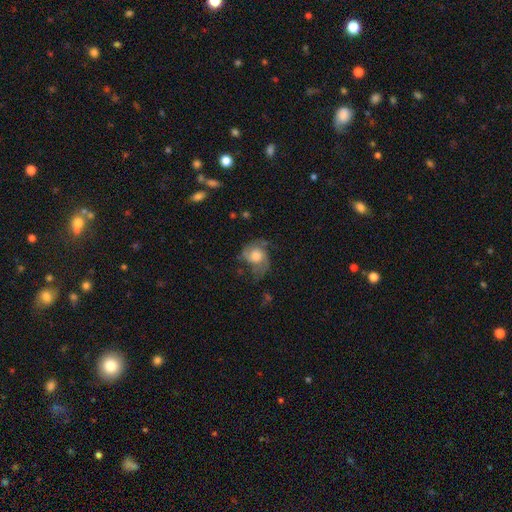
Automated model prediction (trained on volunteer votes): smooth_or_featured: featured or disk (p=0.60) [alt: smooth p=0.32]
disk_edge_on: no (p=0.97) [alt: yes p=0.03]
bar: no (p=0.75) [alt: weak p=0.22]
has_spiral_arms: yes (p=0.87) [alt: no p=0.13]
spiral_winding: medium (p=0.43) [alt: loose p=0.34]
spiral_arm_count: 2 (p=0.73) [alt: can't tell p=0.10]
bulge_size: large (p=0.46) [alt: moderate p=0.30]
merging: none (p=0.46) [alt: major disturbance p=0.26]